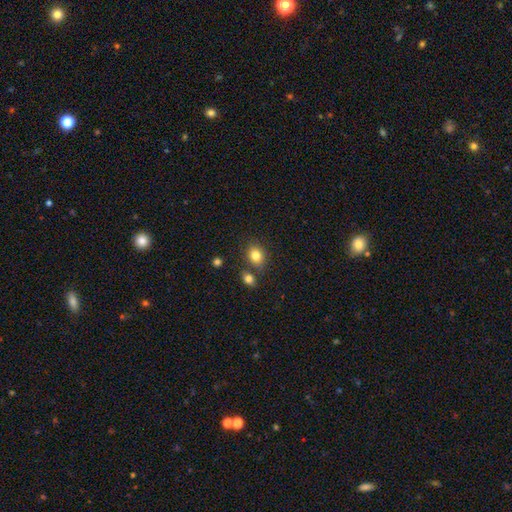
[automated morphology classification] The model was most divided on "how rounded": round: 51%, in between: 48%, cigar-shaped: 1%. More confident: smooth or featured — smooth (82%); merging — none (68%).